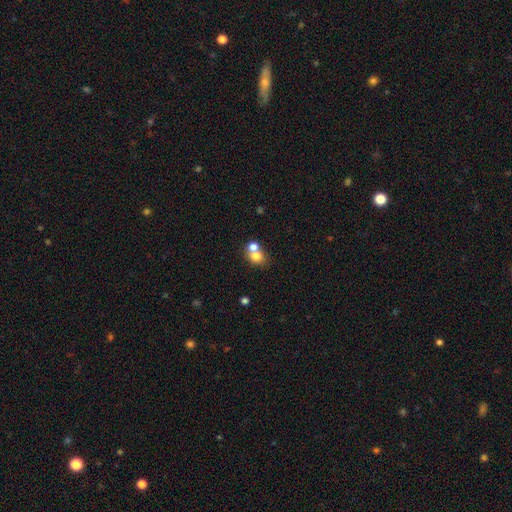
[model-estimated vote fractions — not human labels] Smooth or featured: smooth — 73% (featured or disk — 15%)
How rounded: round — 58% (in between — 41%)
Merging: merger — 55% (none — 35%)